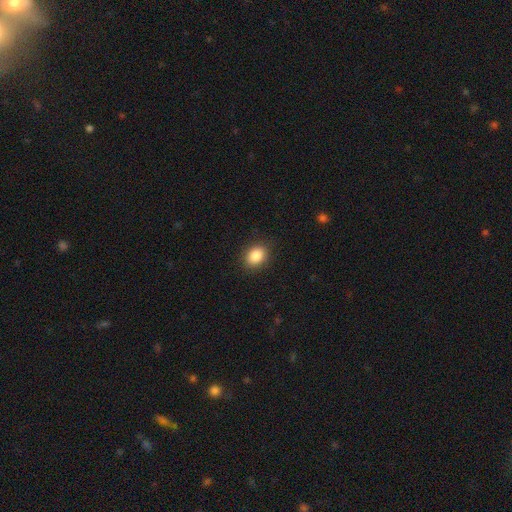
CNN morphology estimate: smooth-or-featured: smooth: 86% | star or artifact: 9% | featured or disk: 5%
  how-rounded: in between: 59% | round: 40% | cigar-shaped: 1%
  merging: none: 88% | minor disturbance: 9% | major disturbance: 2% | merger: 1%